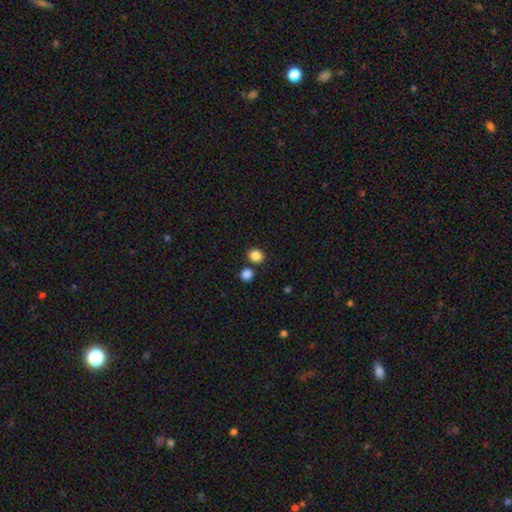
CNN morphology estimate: smooth-or-featured: smooth: 86% | star or artifact: 11% | featured or disk: 4%
  how-rounded: round: 81% | in between: 18% | cigar-shaped: 1%
  merging: none: 77% | merger: 14% | minor disturbance: 7% | major disturbance: 2%